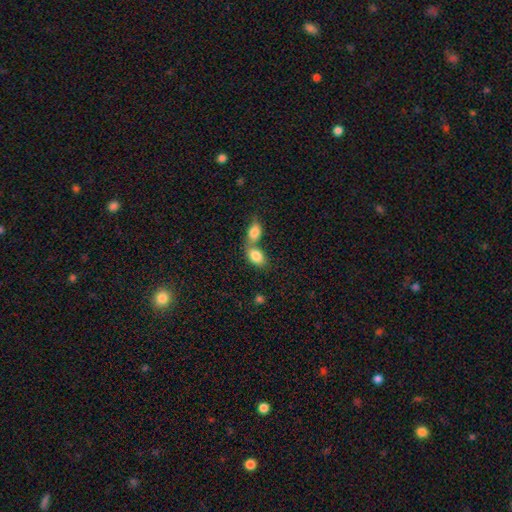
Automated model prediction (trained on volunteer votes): Morphology: type=smooth (84%); roundness=in between (83%); merging=merger (61%).